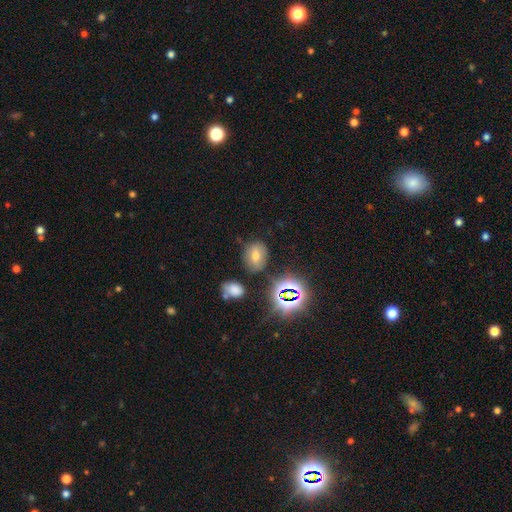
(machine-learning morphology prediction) smooth 50%, star or artifact 33%, featured or disk 17%. Down the decision tree: merging — none (78%).